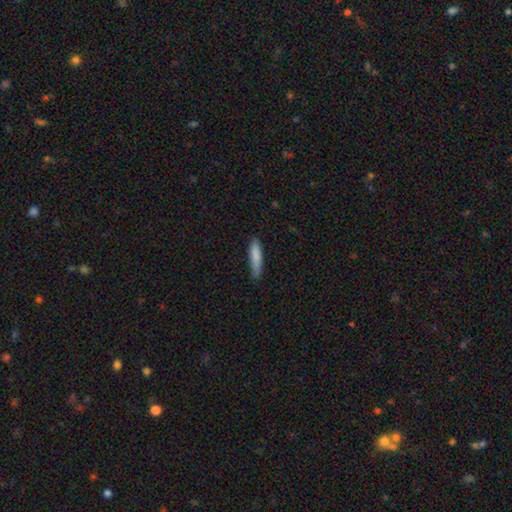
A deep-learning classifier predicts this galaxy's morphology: Smooth or featured: smooth — 84% (featured or disk — 10%)
How rounded: cigar-shaped — 79% (in between — 19%)
Merging: none — 75% (minor disturbance — 21%)